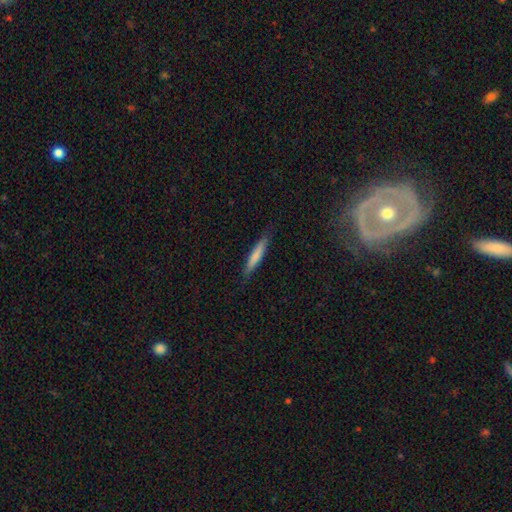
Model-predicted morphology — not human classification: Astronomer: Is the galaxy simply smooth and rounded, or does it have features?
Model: smooth — 74%.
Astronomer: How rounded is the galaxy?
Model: cigar-shaped — 91%.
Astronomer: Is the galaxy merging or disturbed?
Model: none — 85%.